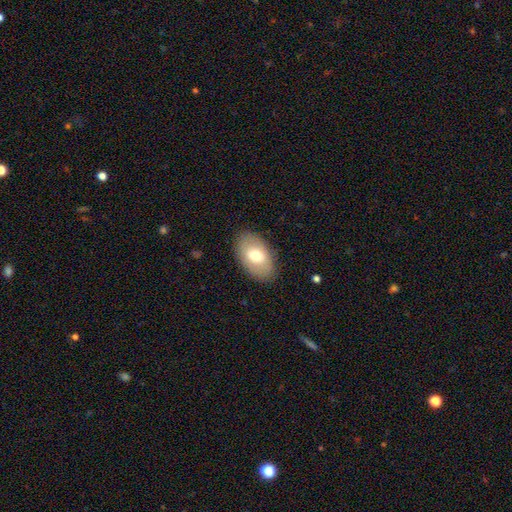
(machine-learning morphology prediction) Smooth or featured? Predicted: smooth (p=0.70). How rounded? Predicted: in between (p=0.92). Merging? Predicted: none (p=0.85).